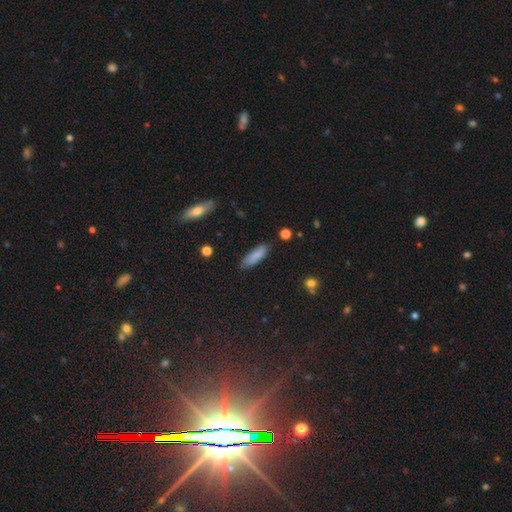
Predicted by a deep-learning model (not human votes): Smooth or featured: smooth — 80% (featured or disk — 12%)
How rounded: in between — 49% (tied with cigar-shaped — 49%)
Merging: none — 80% (minor disturbance — 15%)